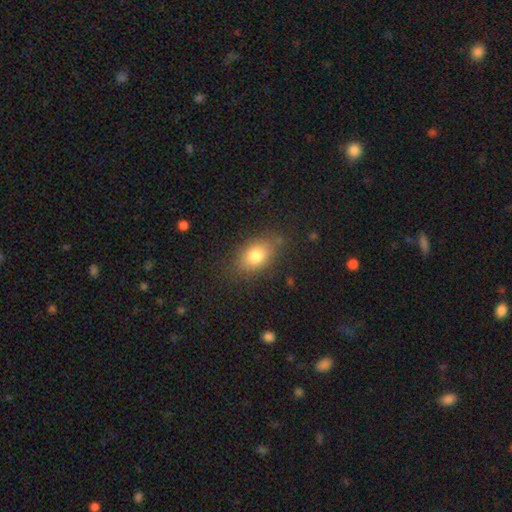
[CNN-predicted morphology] Smooth or featured: smooth — 79% (featured or disk — 12%)
How rounded: in between — 80% (round — 18%)
Merging: none — 78% (minor disturbance — 15%)